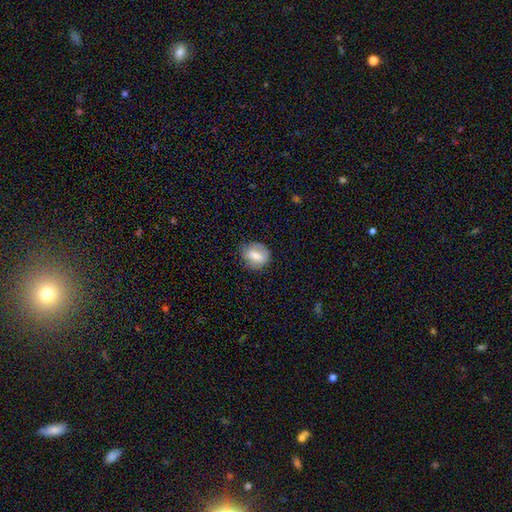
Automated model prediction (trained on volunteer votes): A smooth galaxy with no disk features (69%) that is round (53%). Merging: none (76%).